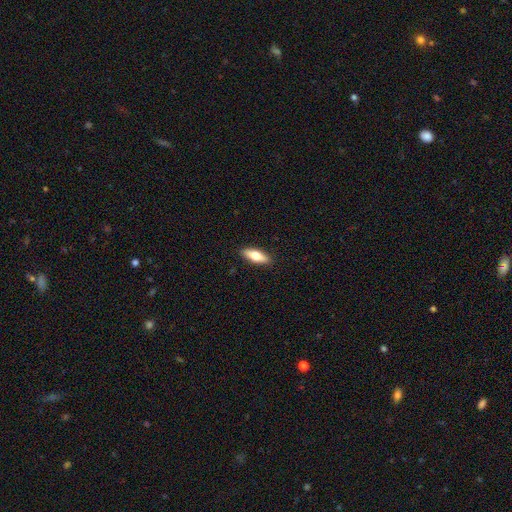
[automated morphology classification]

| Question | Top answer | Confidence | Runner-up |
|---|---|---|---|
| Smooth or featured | smooth | 64% | featured or disk (30%) |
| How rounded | in between | 60% | cigar-shaped (38%) |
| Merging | none | 90% | minor disturbance (7%) |